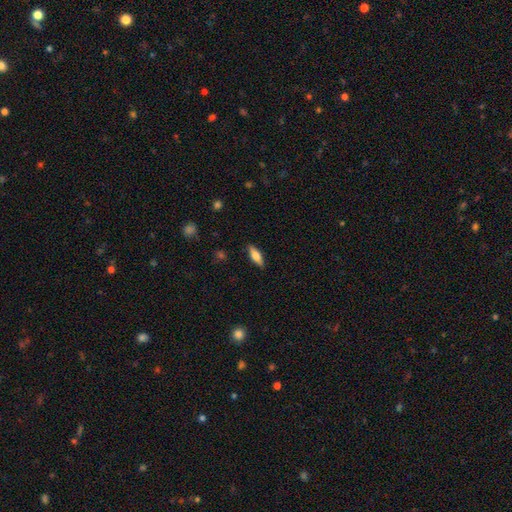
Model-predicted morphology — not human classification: A smooth galaxy with no disk features (65%) that is in between round and cigar-shaped (58%). Merging: none (87%).